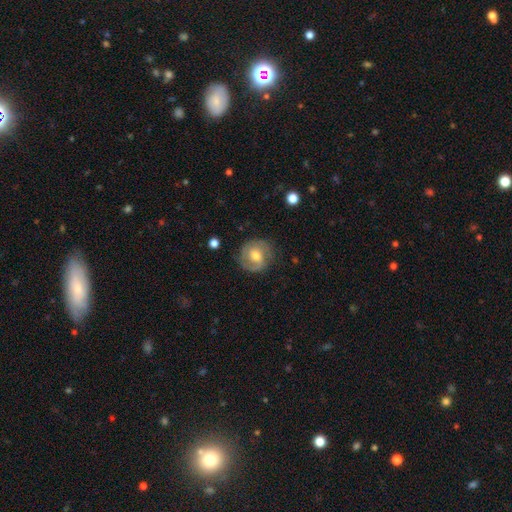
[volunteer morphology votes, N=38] Q: Smooth or featured?
A: featured or disk (66%); runner-up: smooth (26%)
Q: Edge-on disk?
A: no (96%); runner-up: yes (4%)
Q: Bar?
A: no (58%); runner-up: weak (42%)
Q: Spiral arms?
A: yes (67%); runner-up: no (33%)
Q: Spiral winding?
A: tight (44%); runner-up: medium (31%)
Q: Spiral arm count?
A: 2 (62%); runner-up: 1 (19%)
Q: Bulge size?
A: moderate (46%); runner-up: small (33%)
Q: Merging?
A: none (80%); runner-up: minor disturbance (20%)